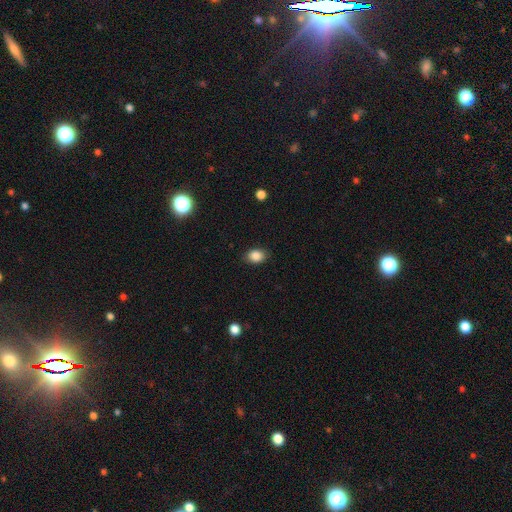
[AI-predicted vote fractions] The model was most divided on "how rounded": in between: 71%, round: 28%, cigar-shaped: 1%. More confident: smooth or featured — smooth (87%); merging — none (85%).